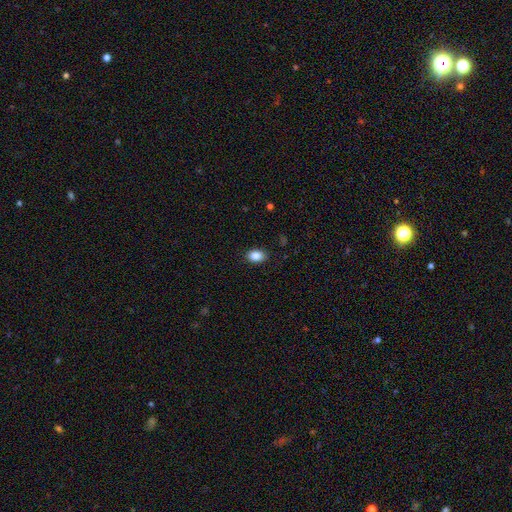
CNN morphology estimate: This appears to be a smooth galaxy with no disk features (87%) that is in between round and cigar-shaped (80%). Merging: none (87%).